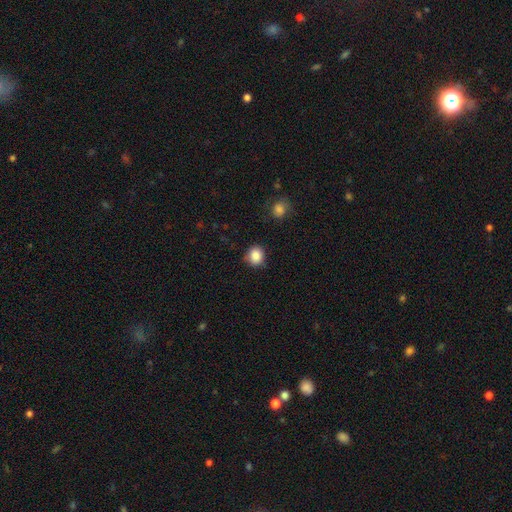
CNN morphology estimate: Overall: smooth (86%). How rounded: round (80%). Merging: none (81%).